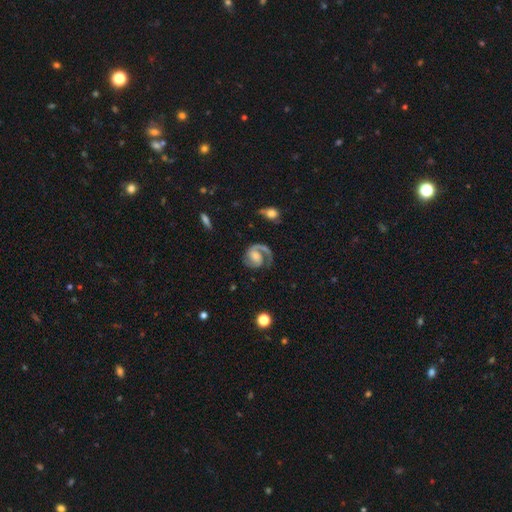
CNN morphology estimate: This appears to be a featured or disk galaxy (86%) with no bar (46%), 2 (60%) medium (48%) spiral arms (97%) and a small central bulge (35%). Merging: none (68%).